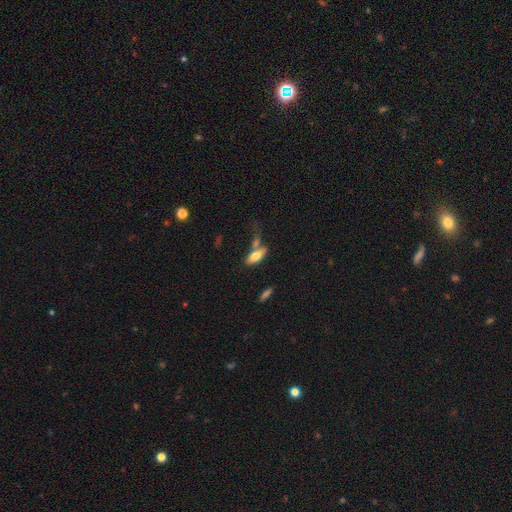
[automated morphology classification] smooth 69%, featured or disk 23%, star or artifact 7%. Down the decision tree: how rounded — in between (75%); merging — none (50%).